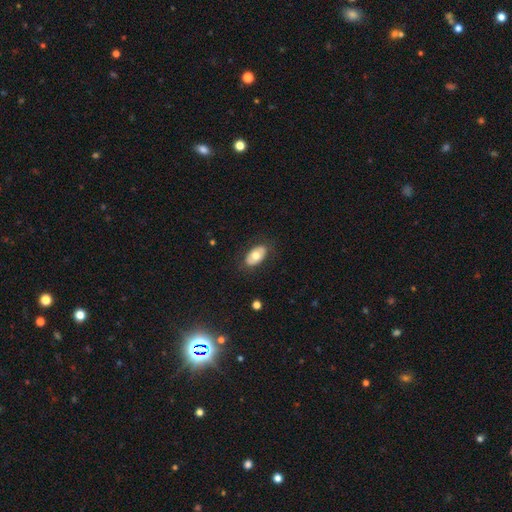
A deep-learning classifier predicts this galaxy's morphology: smooth-or-featured: smooth: 68% | featured or disk: 26% | star or artifact: 6%
  how-rounded: in between: 93% | round: 6% | cigar-shaped: 2%
  merging: none: 82% | minor disturbance: 13% | major disturbance: 4% | merger: 1%